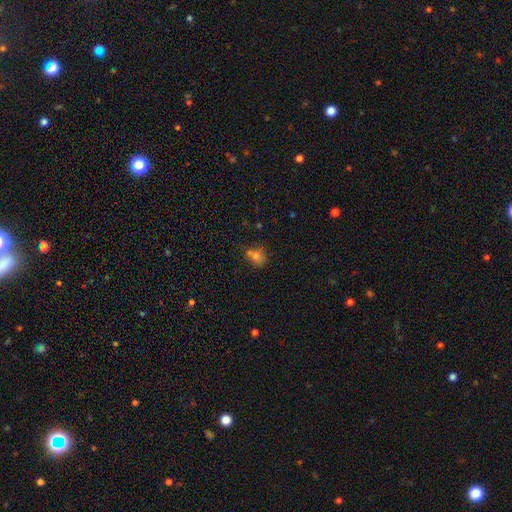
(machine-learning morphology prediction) Smooth or featured: smooth — 68% (star or artifact — 19%)
How rounded: round — 53% (in between — 46%)
Merging: none — 54% (minor disturbance — 20%)